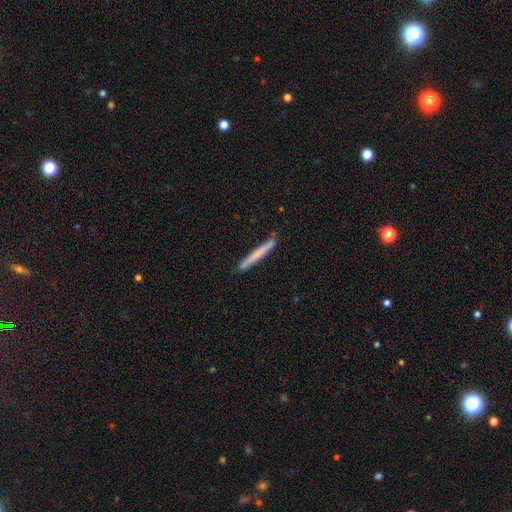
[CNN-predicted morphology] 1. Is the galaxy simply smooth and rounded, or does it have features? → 63% smooth, 31% featured or disk, 5% star or artifact.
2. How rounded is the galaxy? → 97% cigar-shaped, 2% in between, 1% round.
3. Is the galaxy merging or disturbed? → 88% none, 9% minor disturbance, 2% merger, 1% major disturbance.